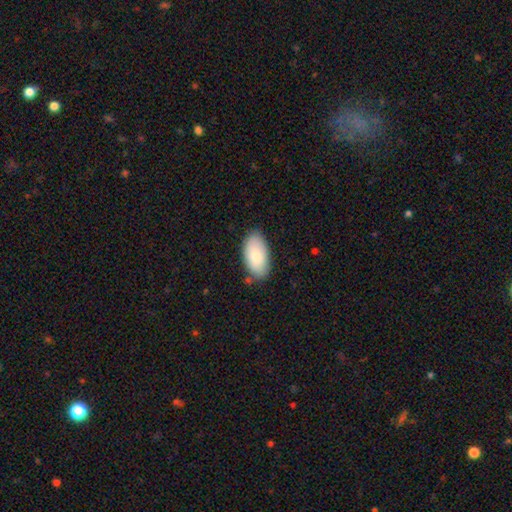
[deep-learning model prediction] Q: Smooth or featured?
A: smooth (80%); runner-up: featured or disk (14%)
Q: How rounded?
A: in between (95%); runner-up: round (3%)
Q: Merging?
A: none (80%); runner-up: minor disturbance (15%)